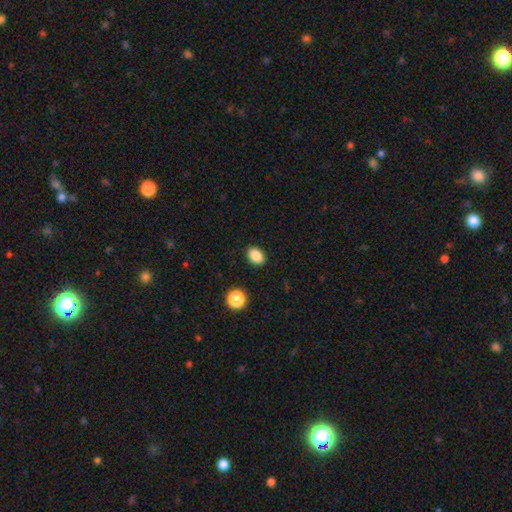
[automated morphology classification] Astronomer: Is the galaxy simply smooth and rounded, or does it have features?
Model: smooth — 87%.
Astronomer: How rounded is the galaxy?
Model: in between — 75%.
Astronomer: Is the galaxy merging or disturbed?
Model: none — 89%.